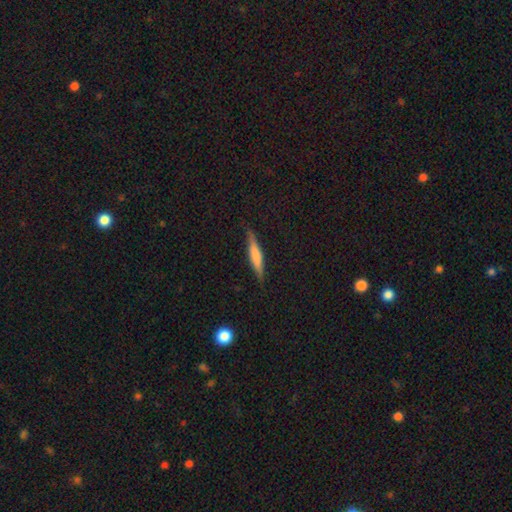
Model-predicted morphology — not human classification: Smooth or featured?
  - smooth: 56% *
  - featured or disk: 38%
  - star or artifact: 6%
How rounded?
  - cigar-shaped: 88% *
  - in between: 10%
  - round: 2%
Merging?
  - none: 85% *
  - minor disturbance: 12%
  - major disturbance: 2%
  - merger: 1%